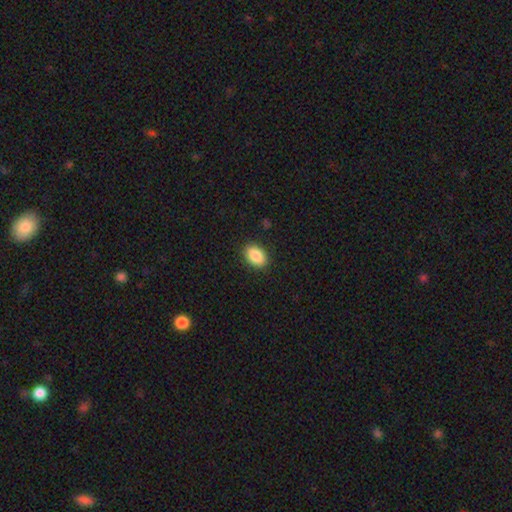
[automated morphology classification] Smooth or featured? Predicted: smooth (p=0.88). How rounded? Predicted: in between (p=0.87). Merging? Predicted: none (p=0.89).